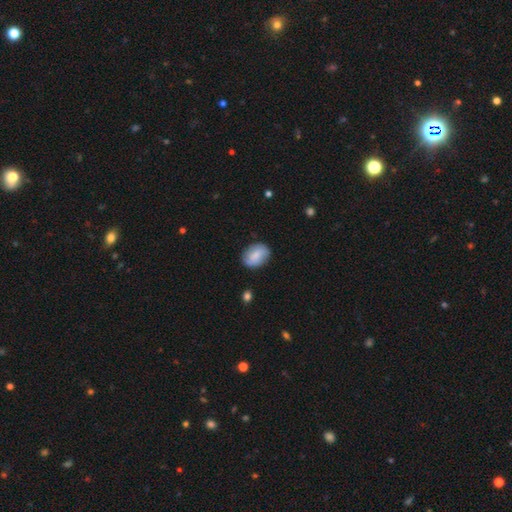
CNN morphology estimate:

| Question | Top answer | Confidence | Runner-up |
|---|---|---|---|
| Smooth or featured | smooth | 71% | featured or disk (22%) |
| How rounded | in between | 75% | round (23%) |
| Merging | none | 79% | minor disturbance (16%) |